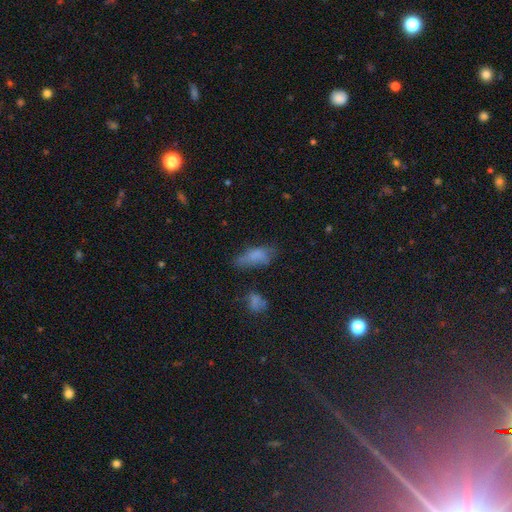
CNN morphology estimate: Smooth or featured?
  - smooth: 72% *
  - featured or disk: 15%
  - star or artifact: 12%
How rounded?
  - in between: 74% *
  - cigar-shaped: 22%
  - round: 4%
Merging?
  - none: 47% *
  - minor disturbance: 30%
  - major disturbance: 16%
  - merger: 7%